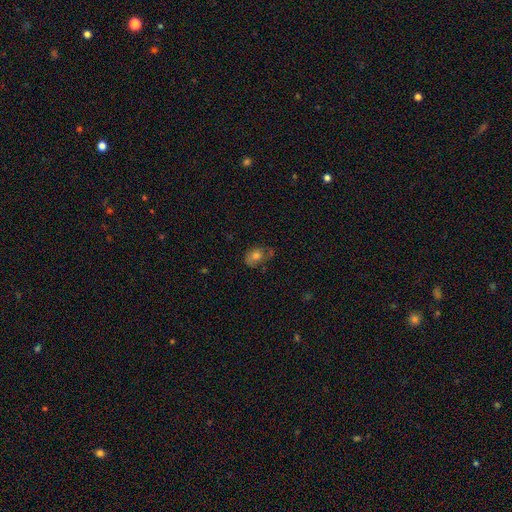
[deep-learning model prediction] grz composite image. It shows a smooth galaxy with no disk features (63%) that is in between round and cigar-shaped (71%). Merging: none (51%).